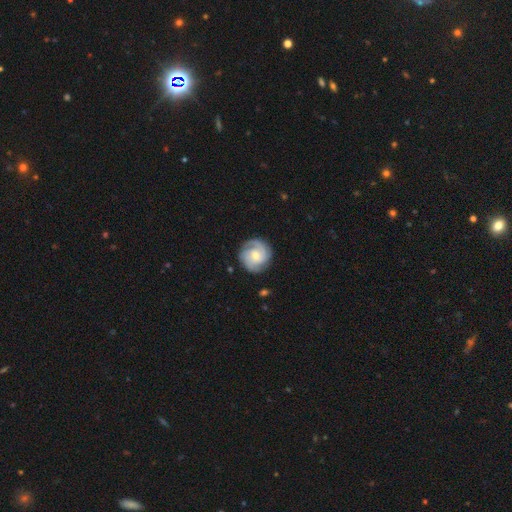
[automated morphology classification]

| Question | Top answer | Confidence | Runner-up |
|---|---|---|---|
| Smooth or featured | featured or disk | 80% | smooth (15%) |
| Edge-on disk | no | 98% | yes (2%) |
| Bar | no | 57% | weak (36%) |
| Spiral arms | yes | 96% | no (4%) |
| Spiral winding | tight | 58% | medium (34%) |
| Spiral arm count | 2 | 45% | 3 (28%) |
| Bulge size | moderate | 52% | small (42%) |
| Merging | none | 83% | minor disturbance (12%) |